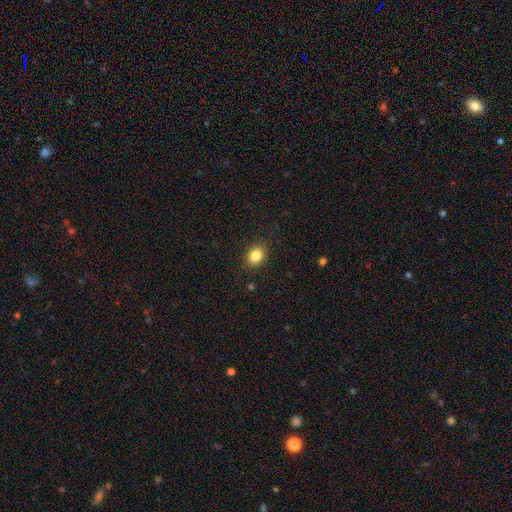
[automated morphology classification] This is clearly a smooth galaxy (84%). How rounded: possibly in between (56%). Merging: clearly none (88%).